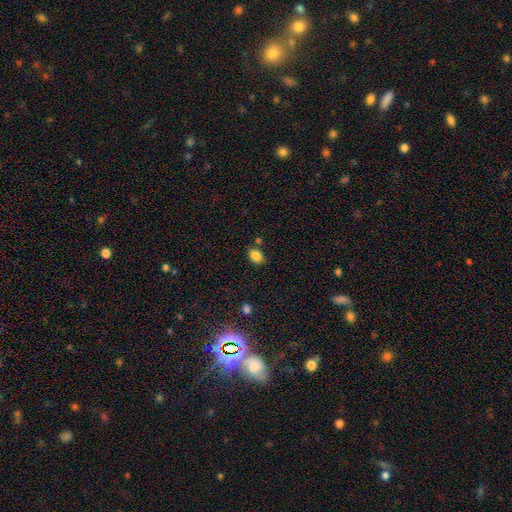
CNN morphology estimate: A smooth galaxy with no disk features (84%) that is in between round and cigar-shaped (77%). Merging: none (77%).